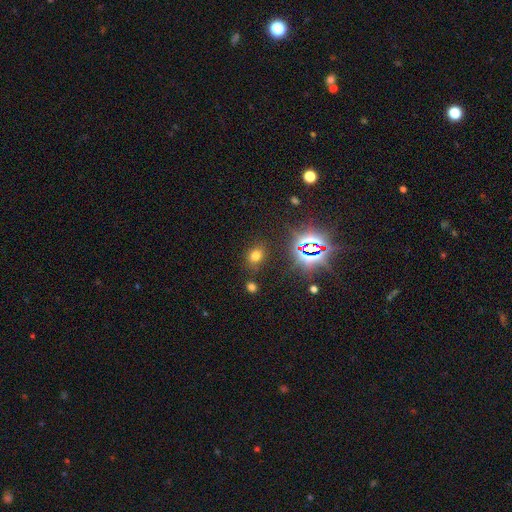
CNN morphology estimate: This is likely a smooth galaxy (62%). How rounded: possibly in between (52%). Merging: clearly none (81%).